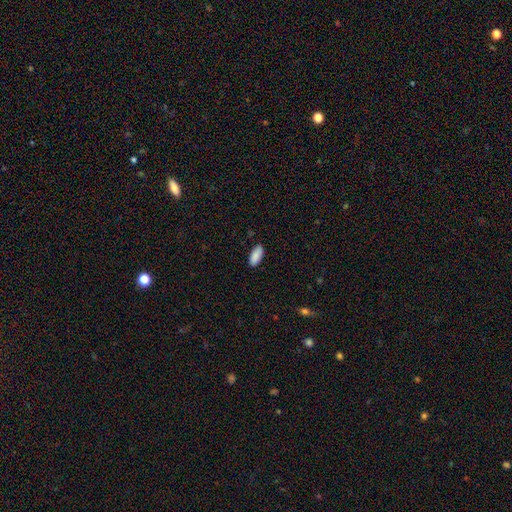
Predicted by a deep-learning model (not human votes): smooth 90%, star or artifact 6%, featured or disk 4%. Down the decision tree: how rounded — in between (90%); merging — none (88%).